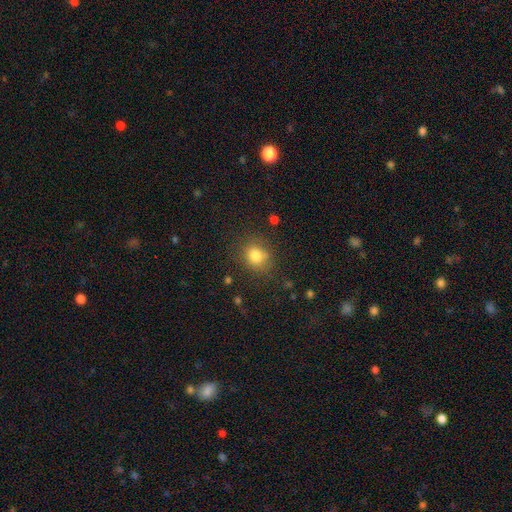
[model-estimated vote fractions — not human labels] Q: Smooth or featured?
A: smooth (80%); runner-up: star or artifact (12%)
Q: How rounded?
A: round (67%); runner-up: in between (32%)
Q: Merging?
A: none (75%); runner-up: minor disturbance (15%)